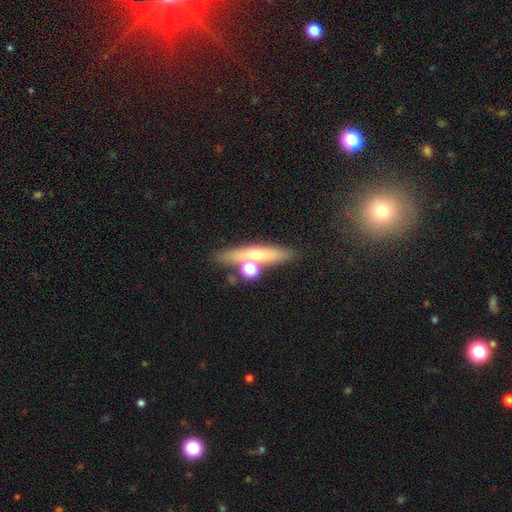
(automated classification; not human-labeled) Overall: featured or disk (52%; smooth 37%). Edge-on disk: yes (85%). Merging: none (71%).